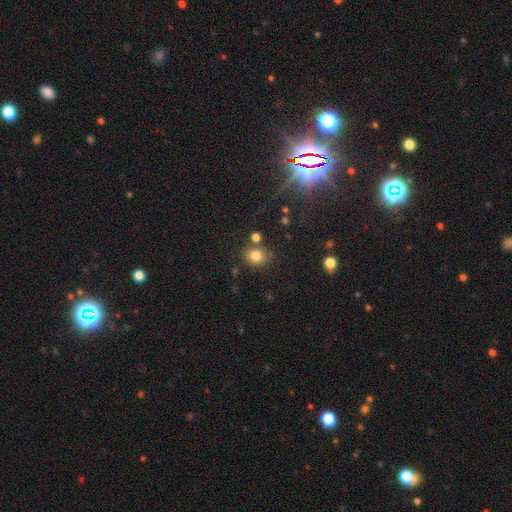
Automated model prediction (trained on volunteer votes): Smooth or featured: smooth — 81% (star or artifact — 12%)
How rounded: round — 66% (in between — 33%)
Merging: none — 74% (minor disturbance — 12%)